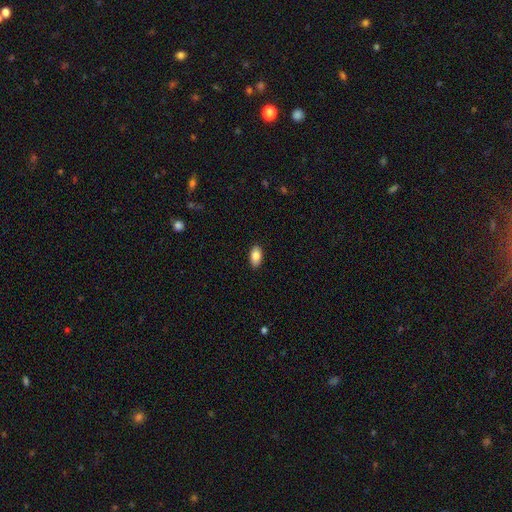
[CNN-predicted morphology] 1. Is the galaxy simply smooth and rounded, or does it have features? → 85% smooth, 8% featured or disk, 7% star or artifact.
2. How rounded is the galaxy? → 93% in between, 4% round, 3% cigar-shaped.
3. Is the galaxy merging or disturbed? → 89% none, 9% minor disturbance, 2% major disturbance, 1% merger.